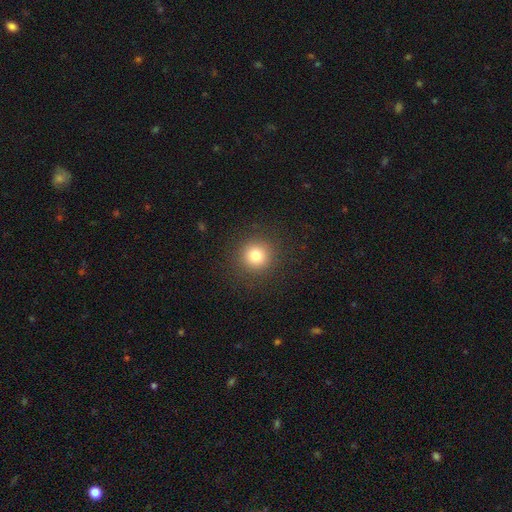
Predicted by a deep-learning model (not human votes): This is likely a smooth galaxy (78%). How rounded: clearly round (94%). Merging: clearly none (90%).